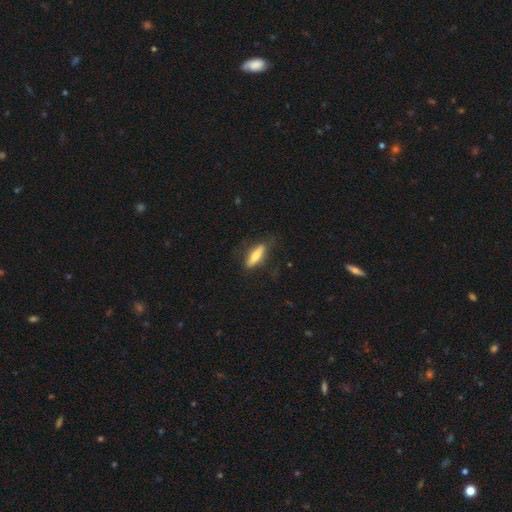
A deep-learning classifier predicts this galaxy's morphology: A smooth galaxy with no disk features (66%) that is cigar-shaped (67%).

Vote fractions:
- Smooth or featured? smooth: 66% / featured or disk: 27% / star or artifact: 6%
- How rounded? cigar-shaped: 67% / in between: 31% / round: 2%
- Merging? none: 75% / minor disturbance: 17% / major disturbance: 7% / merger: 1%